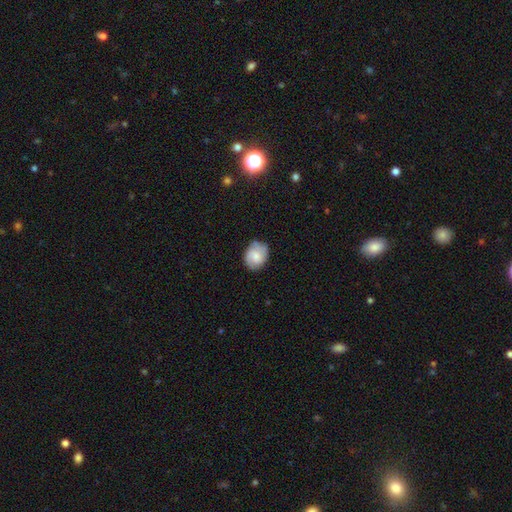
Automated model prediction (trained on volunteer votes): smooth_or_featured: smooth (p=0.61) [alt: featured or disk p=0.32]
how_rounded: in between (p=0.51) [alt: round p=0.48]
merging: none (p=0.73) [alt: minor disturbance p=0.21]